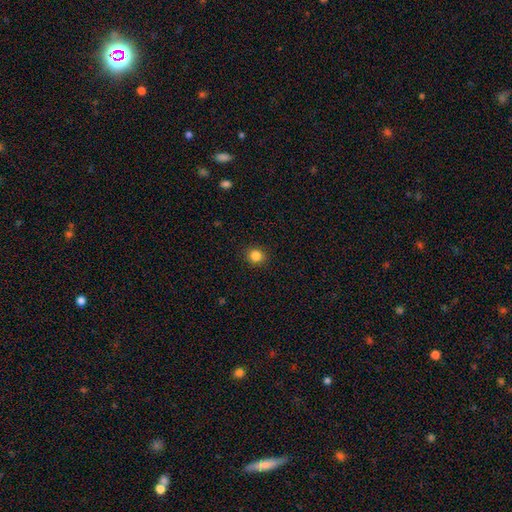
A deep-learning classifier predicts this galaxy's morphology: Smooth or featured: smooth — 84% (star or artifact — 11%)
How rounded: round — 86% (in between — 13%)
Merging: none — 91% (minor disturbance — 6%)